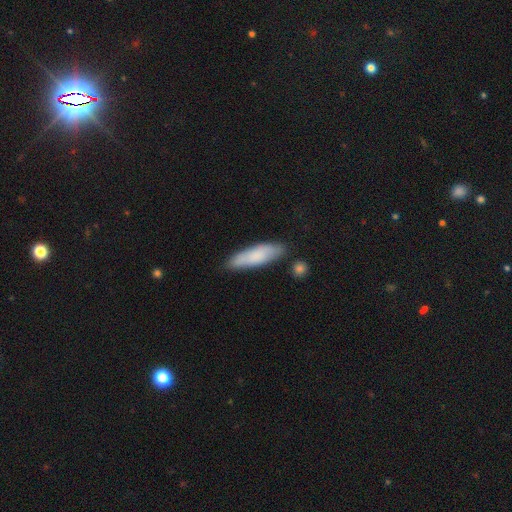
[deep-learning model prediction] This appears to be a smooth galaxy with no disk features (79%) that is cigar-shaped (60%). Merging: none (77%).